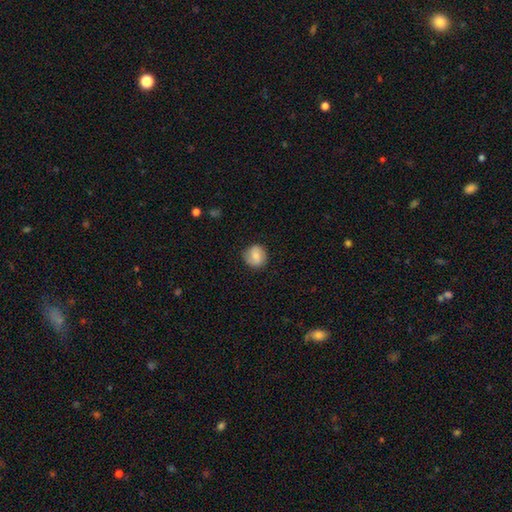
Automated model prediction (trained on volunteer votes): This is likely a smooth galaxy (67%). How rounded: clearly round (87%). Merging: clearly none (85%).